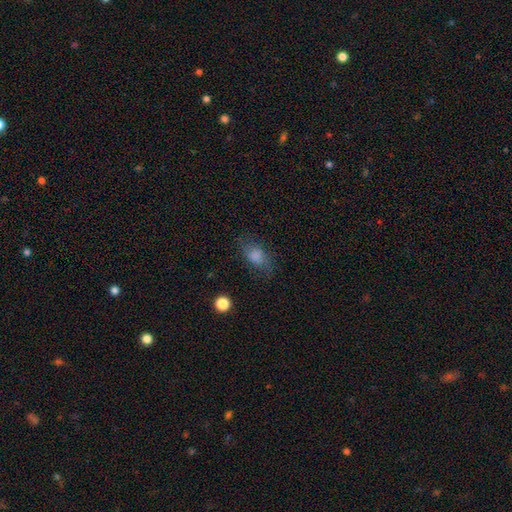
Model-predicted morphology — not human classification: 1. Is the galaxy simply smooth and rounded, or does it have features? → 68% smooth, 19% featured or disk, 13% star or artifact.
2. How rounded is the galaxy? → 79% in between, 15% round, 6% cigar-shaped.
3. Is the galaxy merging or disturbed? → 71% none, 19% minor disturbance, 9% major disturbance, 1% merger.